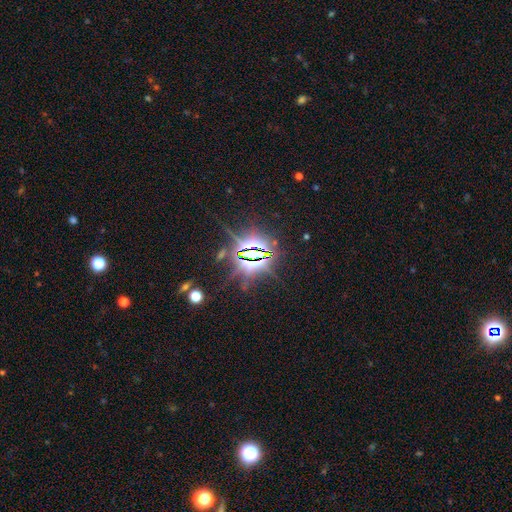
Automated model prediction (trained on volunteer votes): star or artifact 85%, featured or disk 9%, smooth 6%.